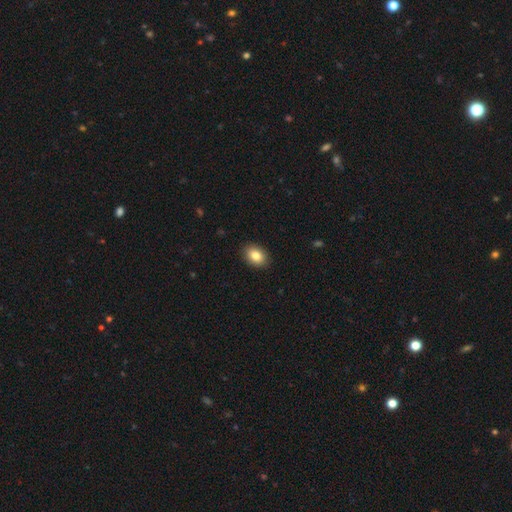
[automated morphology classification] smooth_or_featured: smooth (p=0.84) [alt: star or artifact p=0.08]
how_rounded: in between (p=0.76) [alt: round p=0.23]
merging: none (p=0.91) [alt: minor disturbance p=0.07]